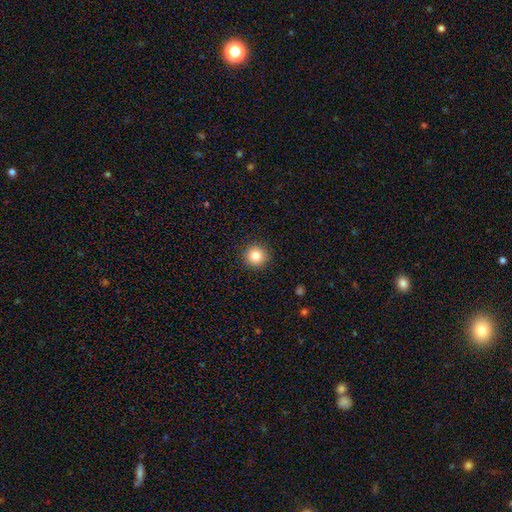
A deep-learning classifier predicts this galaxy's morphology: This appears to be a smooth galaxy with no disk features (84%) that is round (94%). Merging: none (92%).